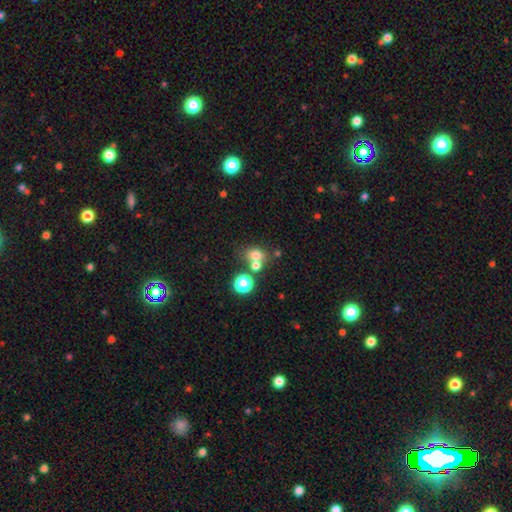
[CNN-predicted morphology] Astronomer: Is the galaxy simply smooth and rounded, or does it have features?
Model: smooth — 71%.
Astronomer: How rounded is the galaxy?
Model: round — 56% (runner-up: in between, 43%).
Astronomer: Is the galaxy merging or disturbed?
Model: none — 51% (runner-up: merger, 34%).